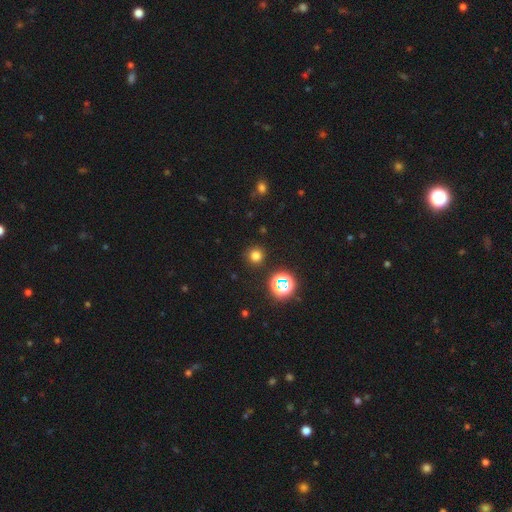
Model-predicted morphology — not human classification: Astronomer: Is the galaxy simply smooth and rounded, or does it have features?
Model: smooth — 73%.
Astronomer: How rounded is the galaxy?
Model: round — 94%.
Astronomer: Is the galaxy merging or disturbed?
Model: none — 89%.